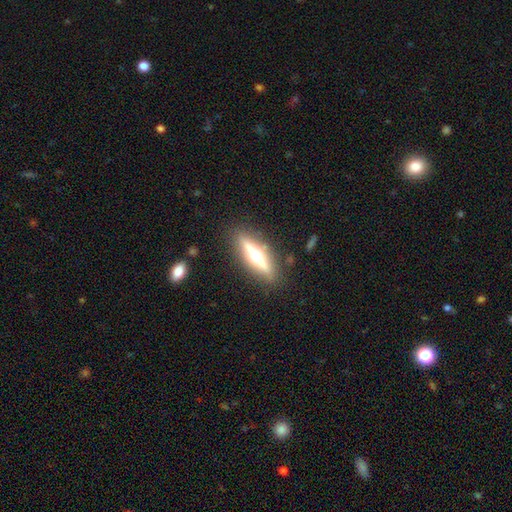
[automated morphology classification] Smooth or featured? featured or disk (71%)
Edge-on disk? yes (95%)
Edge-on bulge? rounded (94%)
Merging? none (87%)